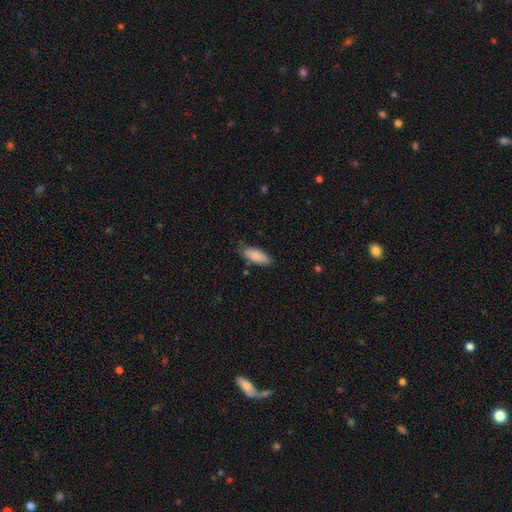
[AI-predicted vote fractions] A smooth galaxy with no disk features (87%) that is in between round and cigar-shaped (71%). Merging: none (75%).